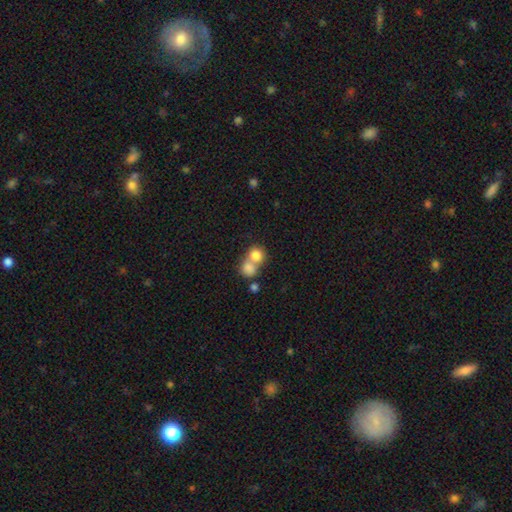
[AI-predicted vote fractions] Smooth or featured?
  - smooth: 80% *
  - featured or disk: 11%
  - star or artifact: 10%
How rounded?
  - round: 80% *
  - in between: 19%
  - cigar-shaped: 1%
Merging?
  - merger: 59% *
  - none: 32%
  - minor disturbance: 6%
  - major disturbance: 3%